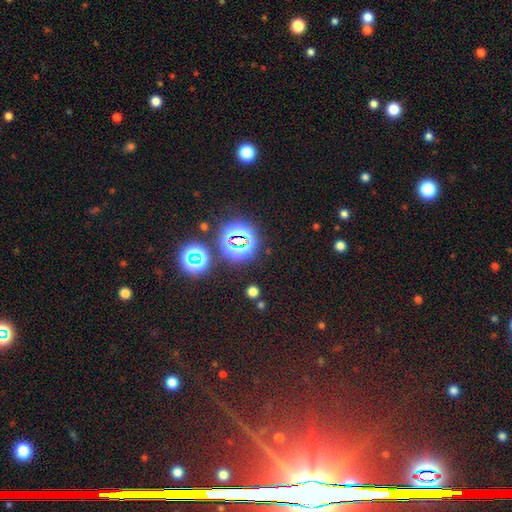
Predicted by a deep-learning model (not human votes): This appears to be a star or artifact, not a galaxy (78%).